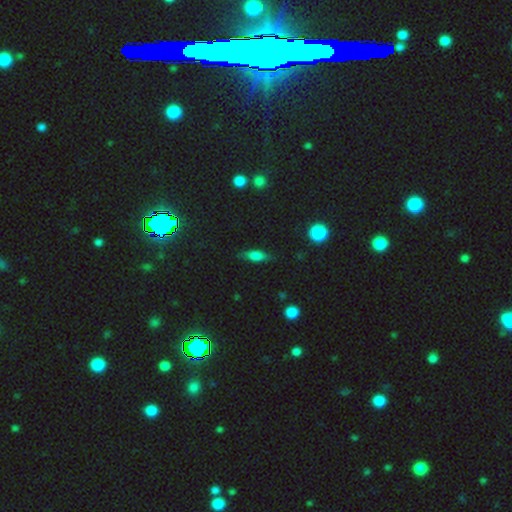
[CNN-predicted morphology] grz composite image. It shows a smooth galaxy with no disk features (59%) that is in between round and cigar-shaped (52%). Merging: none (79%).